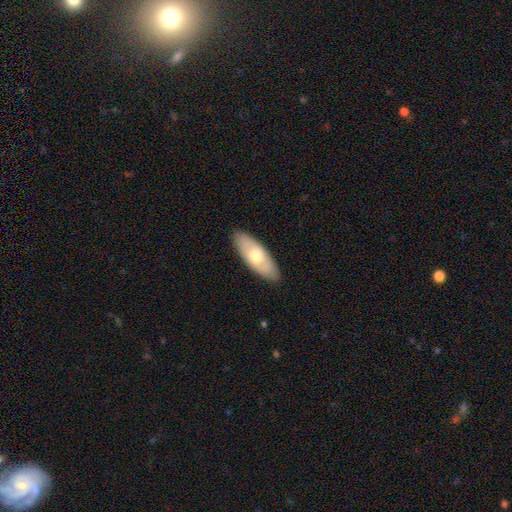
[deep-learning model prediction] Smooth or featured? Predicted: smooth (p=0.63). How rounded? Predicted: in between (p=0.73). Merging? Predicted: none (p=0.87).